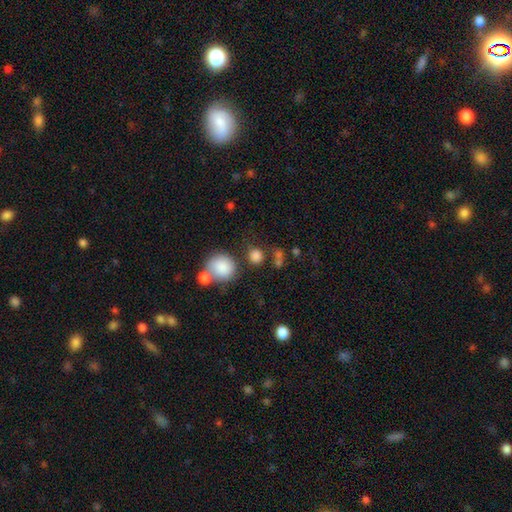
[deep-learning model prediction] smooth 82%, star or artifact 11%, featured or disk 6%. Down the decision tree: how rounded — round (82%); merging — none (62%).